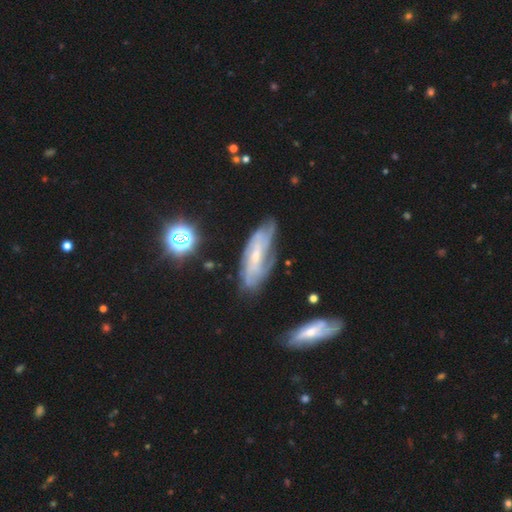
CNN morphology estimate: featured or disk 72%, smooth 20%, star or artifact 8%. Down the decision tree: edge-on disk — no (82%); bar — no (52%); spiral arms — yes (86%); spiral arm count — can't tell (52%); spiral winding — tight (51%); bulge size — small (67%); merging — none (67%).